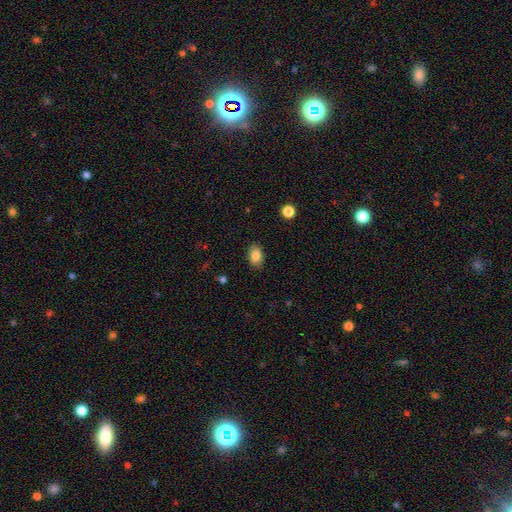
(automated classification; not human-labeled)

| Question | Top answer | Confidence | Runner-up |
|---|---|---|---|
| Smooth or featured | smooth | 84% | star or artifact (8%) |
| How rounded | in between | 84% | round (14%) |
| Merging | none | 87% | minor disturbance (10%) |